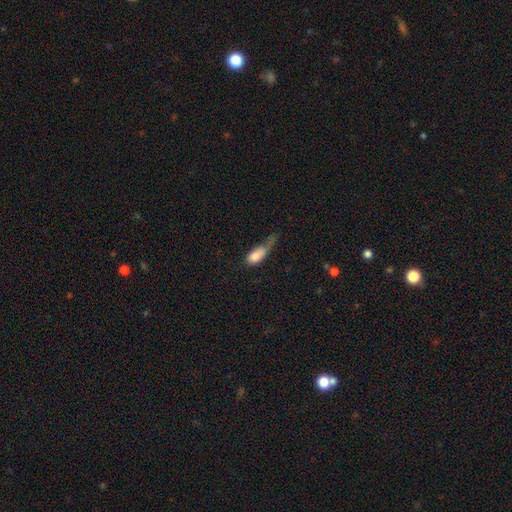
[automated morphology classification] A smooth galaxy with no disk features (78%) that is in between round and cigar-shaped (81%). Merging: major disturbance (44%).